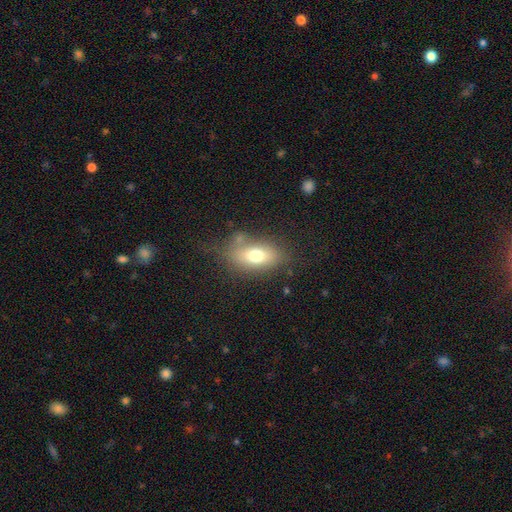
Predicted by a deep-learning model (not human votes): Smooth or featured? Predicted: smooth (p=0.72). How rounded? Predicted: in between (p=0.85). Merging? Predicted: none (p=0.66).